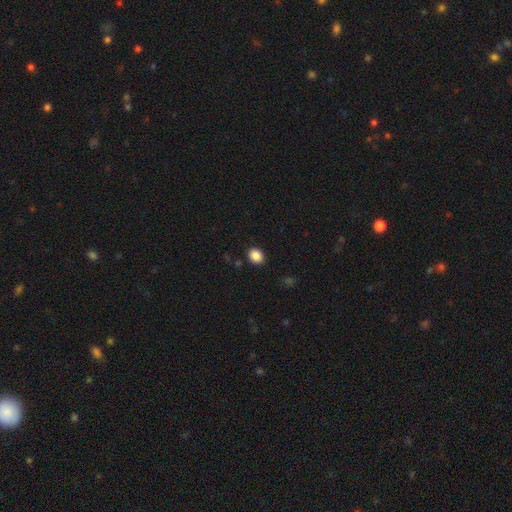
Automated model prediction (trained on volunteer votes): smooth 88%, star or artifact 9%, featured or disk 3%. Down the decision tree: how rounded — in between (51%); merging — none (89%).